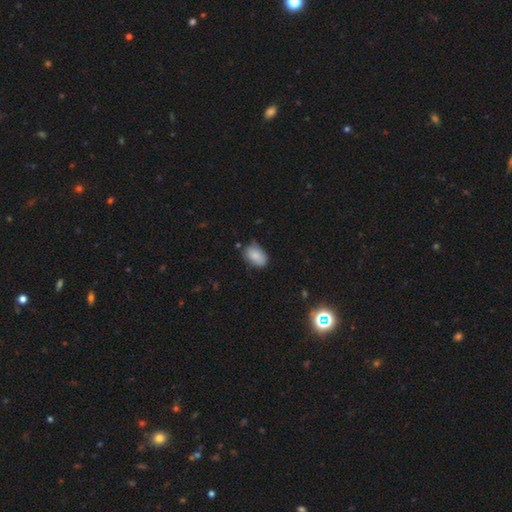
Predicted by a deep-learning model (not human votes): Morphology: type=smooth (84%); roundness=in between (88%); merging=none (65%).